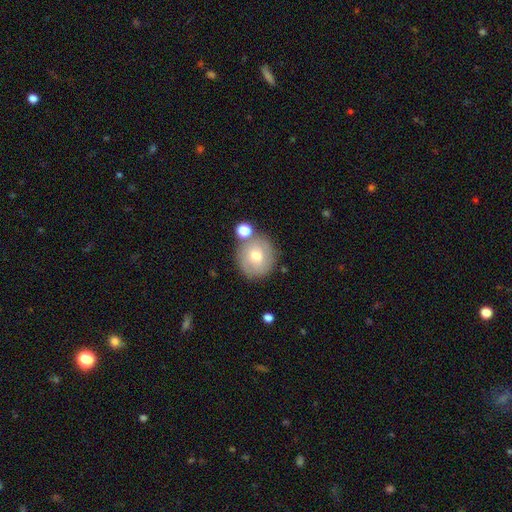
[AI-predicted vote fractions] smooth_or_featured: smooth (p=0.63) [alt: featured or disk p=0.28]
how_rounded: round (p=0.89) [alt: in between p=0.10]
merging: none (p=0.69) [alt: merger p=0.14]